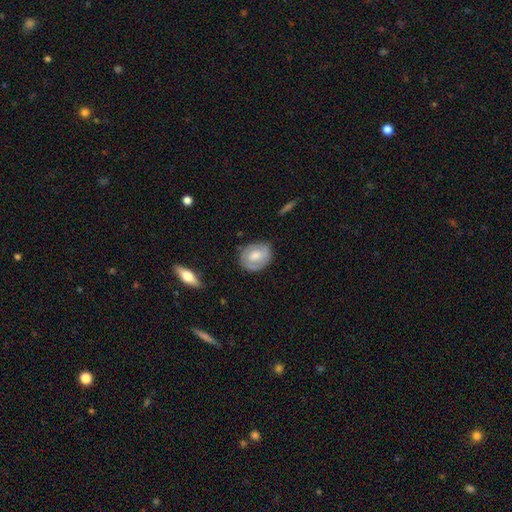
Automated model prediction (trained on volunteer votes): Smooth or featured: smooth — 51% (featured or disk — 43%)
How rounded: round — 50% (in between — 49%)
Merging: none — 72% (minor disturbance — 21%)